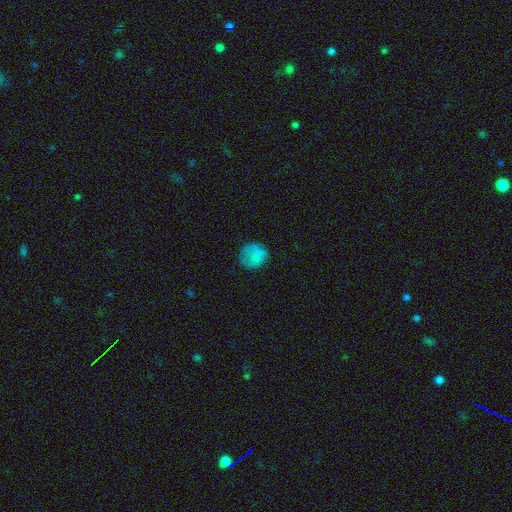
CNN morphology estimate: Q: Smooth or featured?
A: smooth (73%); runner-up: featured or disk (16%)
Q: How rounded?
A: round (81%); runner-up: in between (18%)
Q: Merging?
A: none (64%); runner-up: minor disturbance (22%)